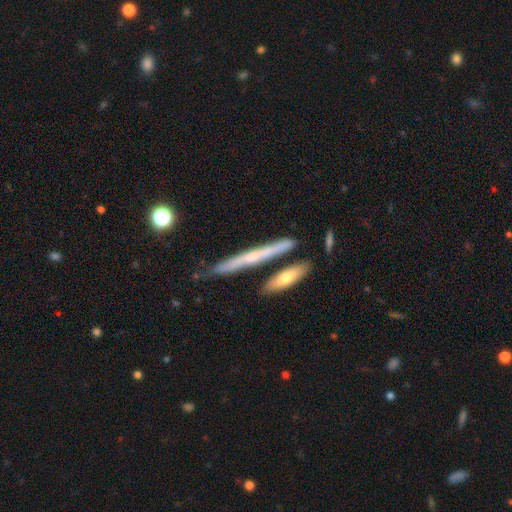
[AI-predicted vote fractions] smooth-or-featured: featured or disk: 52% | smooth: 41% | star or artifact: 7%
  disk-edge-on: yes: 90% | no: 10%
  merging: none: 73% | minor disturbance: 13% | merger: 11% | major disturbance: 3%